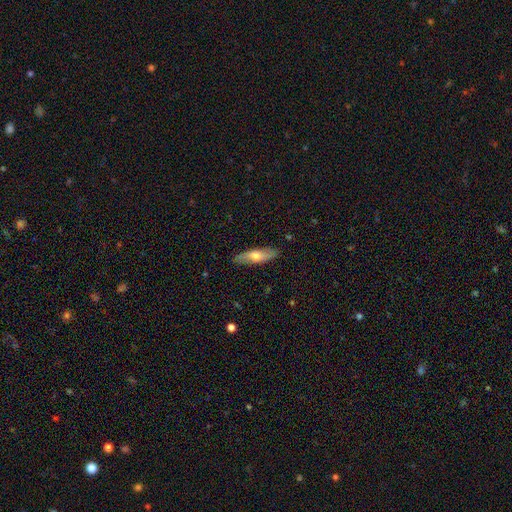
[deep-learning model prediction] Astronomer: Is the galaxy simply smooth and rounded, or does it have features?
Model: smooth — 57% (runner-up: featured or disk, 37%).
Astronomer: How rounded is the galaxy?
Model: cigar-shaped — 58% (runner-up: in between, 39%).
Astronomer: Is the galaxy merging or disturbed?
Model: none — 87%.